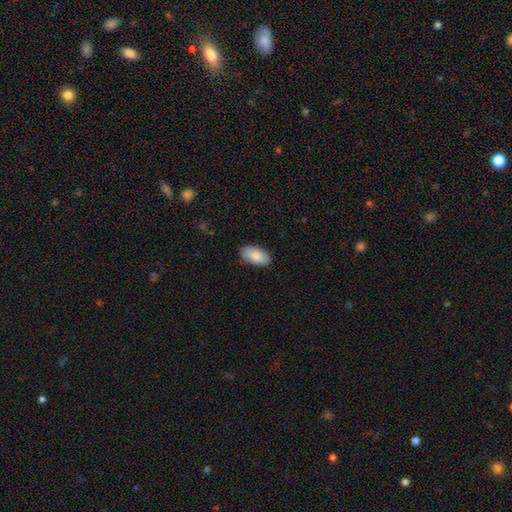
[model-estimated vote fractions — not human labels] Smooth or featured: smooth — 86% (featured or disk — 8%)
How rounded: in between — 95% (cigar-shaped — 3%)
Merging: none — 86% (minor disturbance — 11%)